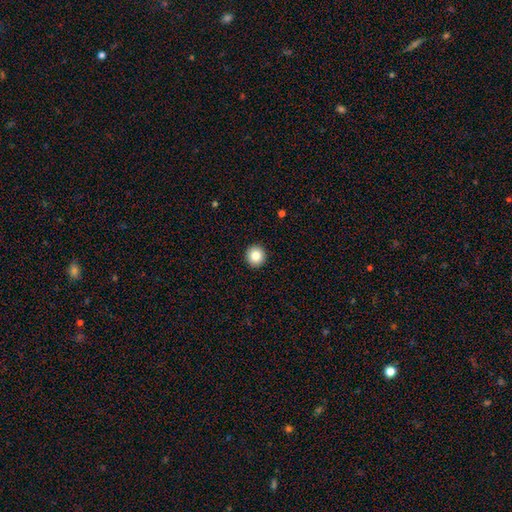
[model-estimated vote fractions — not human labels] Smooth or featured: smooth — 84% (star or artifact — 9%)
How rounded: round — 94% (in between — 5%)
Merging: none — 93% (minor disturbance — 4%)